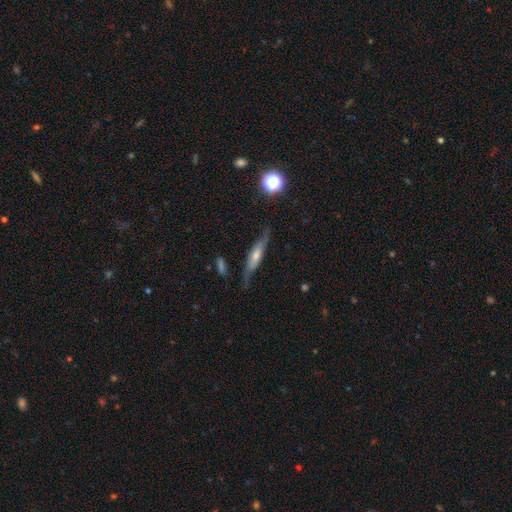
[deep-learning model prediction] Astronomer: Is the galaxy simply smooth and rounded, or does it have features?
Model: featured or disk — 54% (runner-up: smooth, 38%).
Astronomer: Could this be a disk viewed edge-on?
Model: yes — 72%.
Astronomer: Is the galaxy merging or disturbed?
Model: none — 68%.